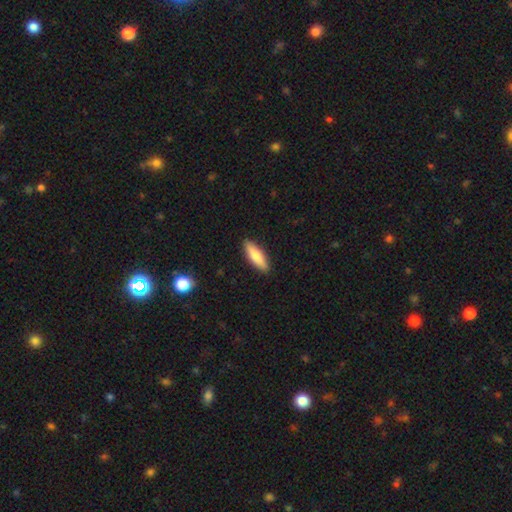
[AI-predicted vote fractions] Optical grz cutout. It shows a smooth galaxy with no disk features (73%) that is cigar-shaped (58%). Merging: none (90%).